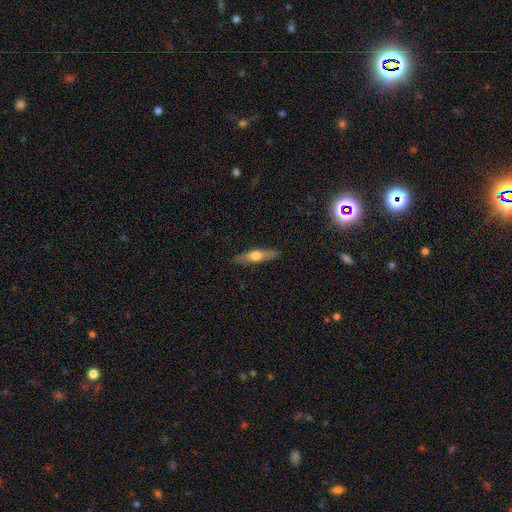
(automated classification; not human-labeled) Smooth or featured? smooth (47%, tied with featured or disk)
Merging? none (86%)